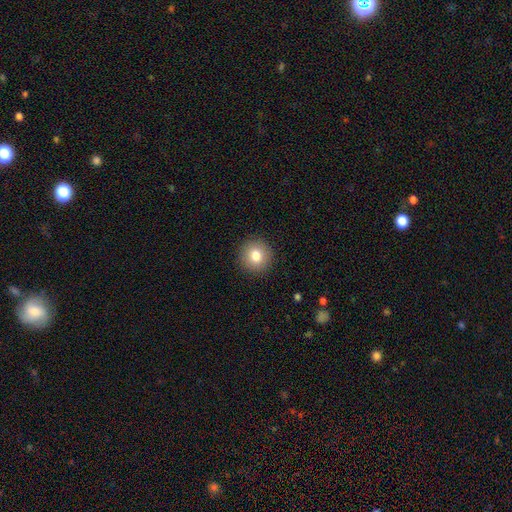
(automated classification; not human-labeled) Smooth or featured? smooth (80%)
How rounded? round (93%)
Merging? none (92%)